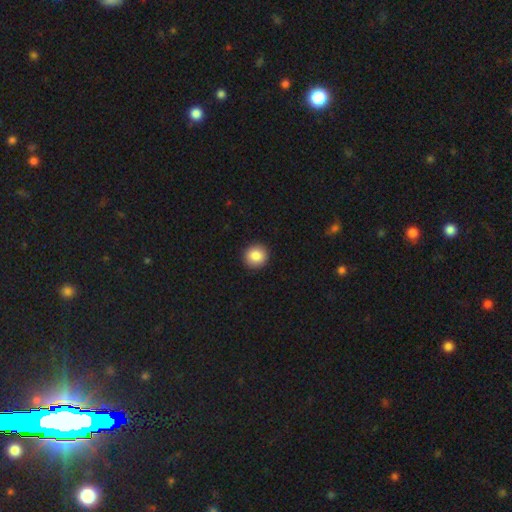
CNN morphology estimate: Smooth or featured: smooth — 86% (star or artifact — 9%)
How rounded: round — 93% (in between — 6%)
Merging: none — 93% (minor disturbance — 5%)